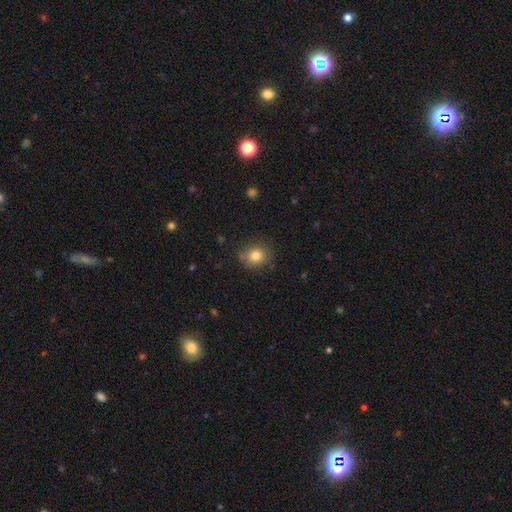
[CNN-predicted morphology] smooth_or_featured: smooth (p=0.81) [alt: star or artifact p=0.11]
how_rounded: round (p=0.77) [alt: in between p=0.22]
merging: none (p=0.80) [alt: minor disturbance p=0.14]